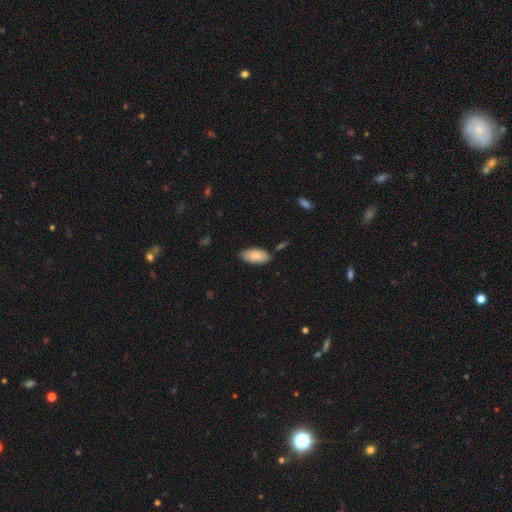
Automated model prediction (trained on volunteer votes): This appears to be a smooth galaxy with no disk features (86%) that is in between round and cigar-shaped (94%). Merging: none (80%).